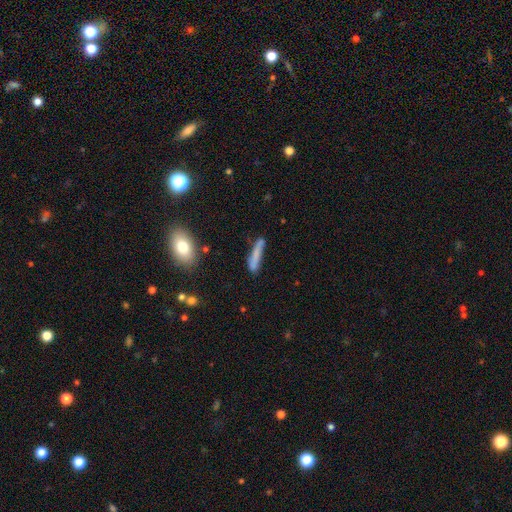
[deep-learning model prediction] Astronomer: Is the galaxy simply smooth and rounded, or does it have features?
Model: smooth — 73%.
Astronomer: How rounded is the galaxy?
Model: cigar-shaped — 88%.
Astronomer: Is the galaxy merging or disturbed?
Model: none — 66%.